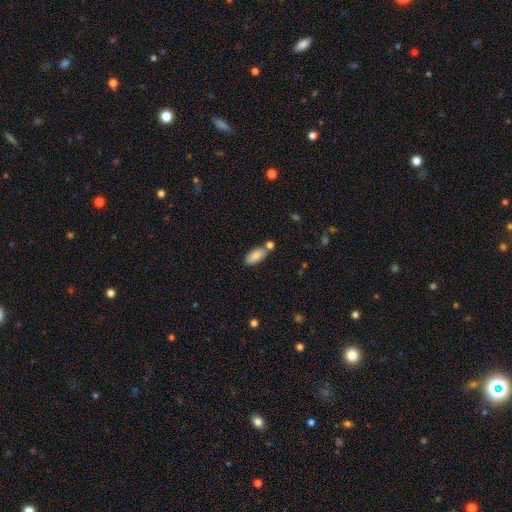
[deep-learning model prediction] Morphology: type=smooth (85%); roundness=in between (87%); merging=none (62%).